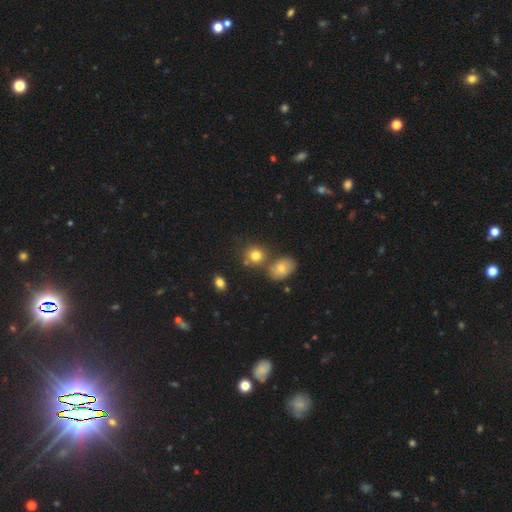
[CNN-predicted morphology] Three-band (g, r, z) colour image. It shows a smooth galaxy with no disk features (79%) that is round (76%). Merging: none (63%).